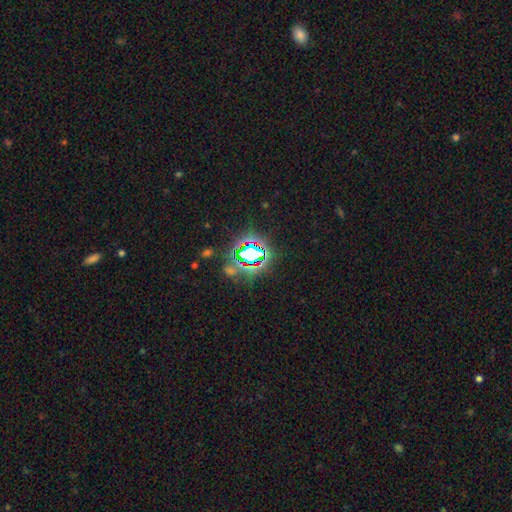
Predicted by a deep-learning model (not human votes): Smooth or featured: star or artifact — 73% (smooth — 17%)